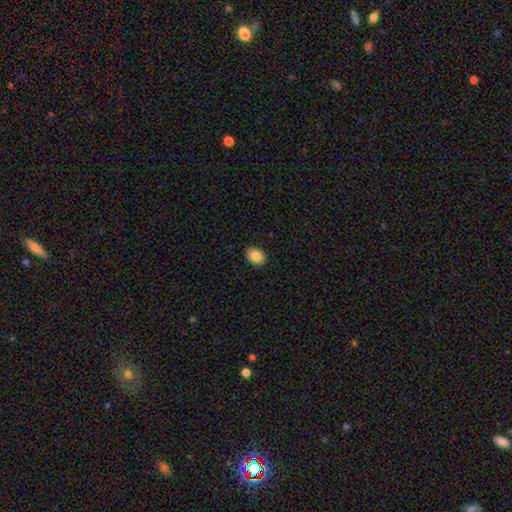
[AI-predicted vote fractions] A smooth galaxy with no disk features (85%) that is in between round and cigar-shaped (74%).

Vote fractions:
- Smooth or featured? smooth: 85% / star or artifact: 8% / featured or disk: 7%
- How rounded? in between: 74% / round: 25% / cigar-shaped: 1%
- Merging? none: 90% / minor disturbance: 8% / major disturbance: 2% / merger: 1%